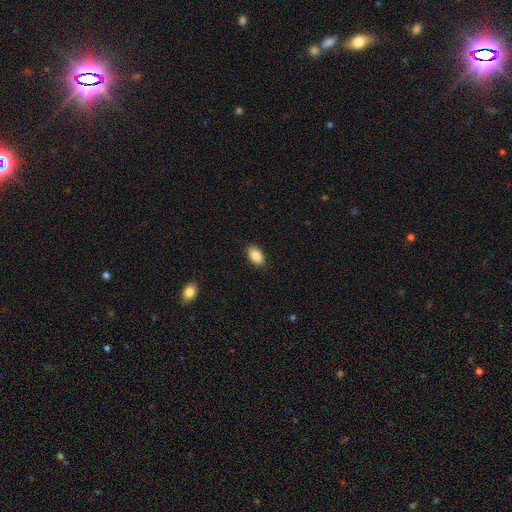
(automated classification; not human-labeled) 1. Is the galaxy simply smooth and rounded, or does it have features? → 89% smooth, 7% star or artifact, 4% featured or disk.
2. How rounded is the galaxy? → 93% in between, 6% round, 2% cigar-shaped.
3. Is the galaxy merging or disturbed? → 88% none, 9% minor disturbance, 2% major disturbance, 1% merger.